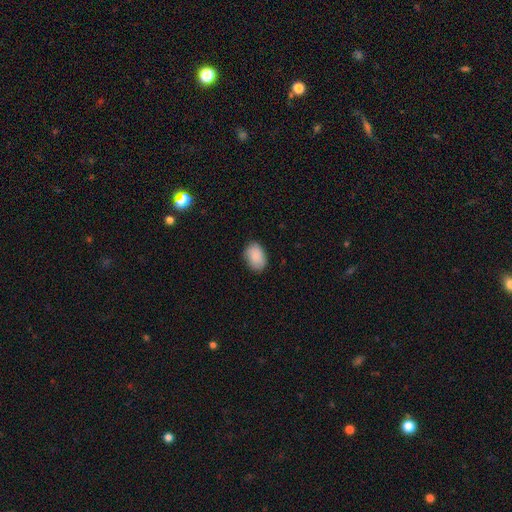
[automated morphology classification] A smooth galaxy with no disk features (88%) that is in between round and cigar-shaped (84%). Merging: none (83%).